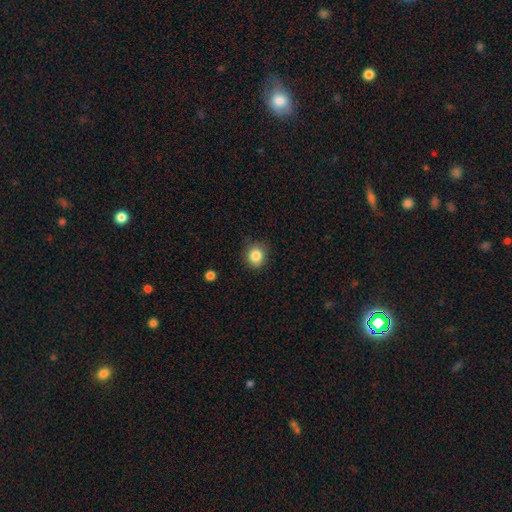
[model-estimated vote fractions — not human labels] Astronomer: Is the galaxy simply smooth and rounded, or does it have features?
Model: smooth — 84%.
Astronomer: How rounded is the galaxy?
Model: round — 83%.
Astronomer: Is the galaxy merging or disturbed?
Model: none — 83%.